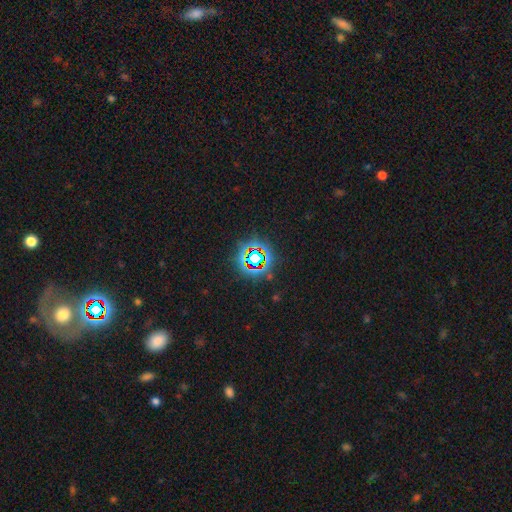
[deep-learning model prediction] Smooth or featured? Predicted: star or artifact (p=0.72).